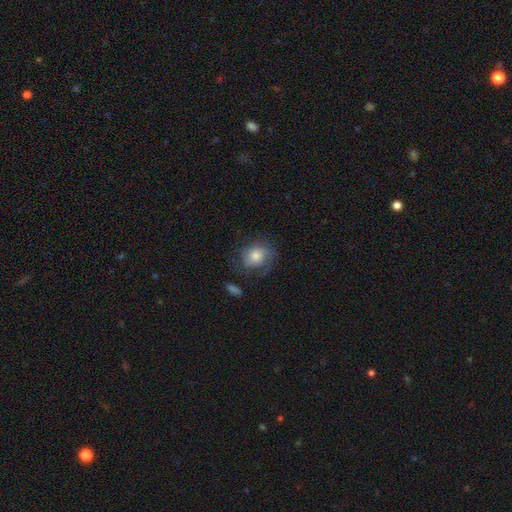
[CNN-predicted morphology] smooth_or_featured: smooth (p=0.51) [alt: featured or disk p=0.40]
how_rounded: round (p=0.57) [alt: in between p=0.41]
merging: none (p=0.56) [alt: minor disturbance p=0.23]